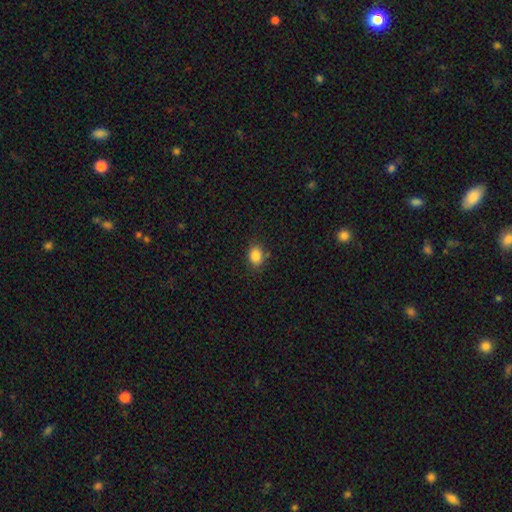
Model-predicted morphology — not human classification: This is clearly a smooth galaxy (86%). How rounded: possibly in between (56%). Merging: likely none (78%).